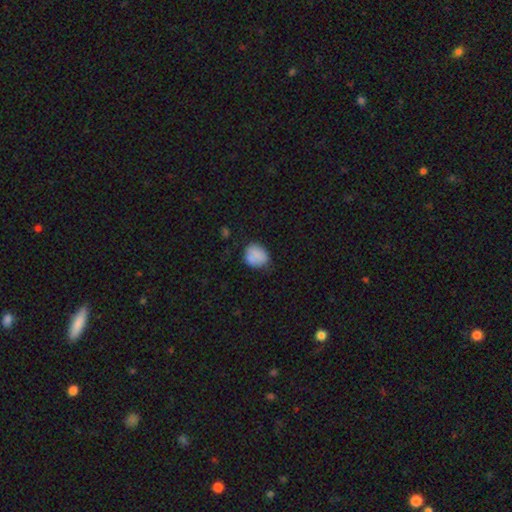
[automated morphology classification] This appears to be a smooth galaxy with no disk features (81%) that is round (60%). Merging: none (65%).